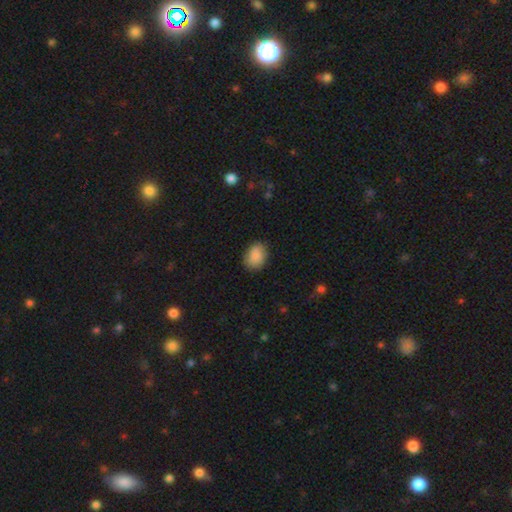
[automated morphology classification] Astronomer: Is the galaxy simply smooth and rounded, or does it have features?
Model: smooth — 87%.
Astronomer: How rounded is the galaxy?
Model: in between — 66%.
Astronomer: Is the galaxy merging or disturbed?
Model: none — 84%.